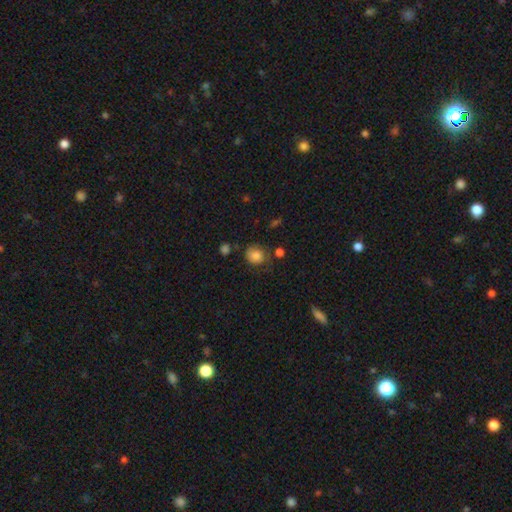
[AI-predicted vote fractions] Smooth or featured? smooth (79%)
How rounded? round (75%)
Merging? none (61%)